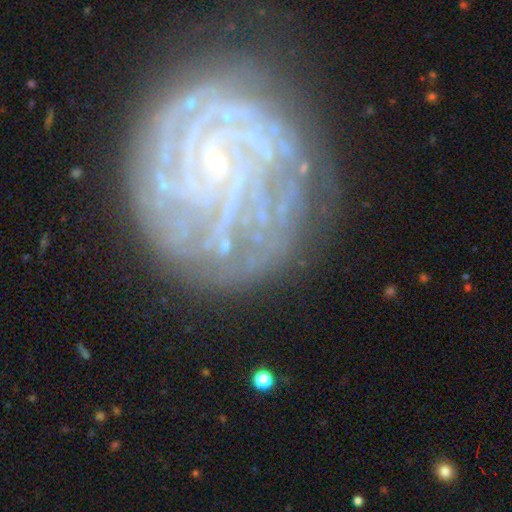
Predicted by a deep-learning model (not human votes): Smooth or featured? featured or disk (85%)
Edge-on disk? no (97%)
Bar? no (63%)
Spiral arms? yes (97%)
Spiral winding? tight (78%)
Spiral arm count? 4 (23%)
Bulge size? small (85%)
Merging? none (76%)